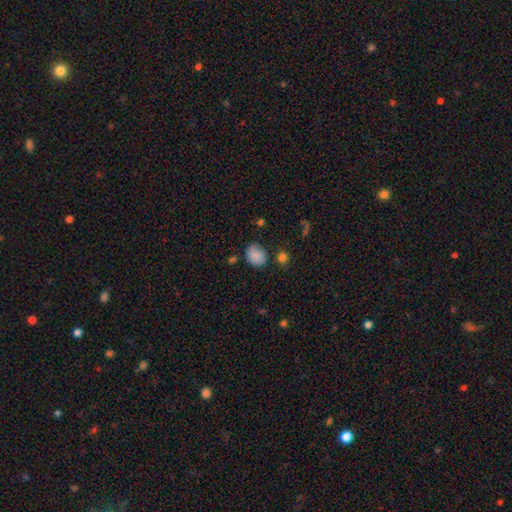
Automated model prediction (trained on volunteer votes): A smooth galaxy with no disk features (86%) that is round (53%).

Vote fractions:
- Smooth or featured? smooth: 86% / star or artifact: 9% / featured or disk: 6%
- How rounded? round: 53% / in between: 46% / cigar-shaped: 1%
- Merging? none: 75% / minor disturbance: 16% / merger: 4% / major disturbance: 4%